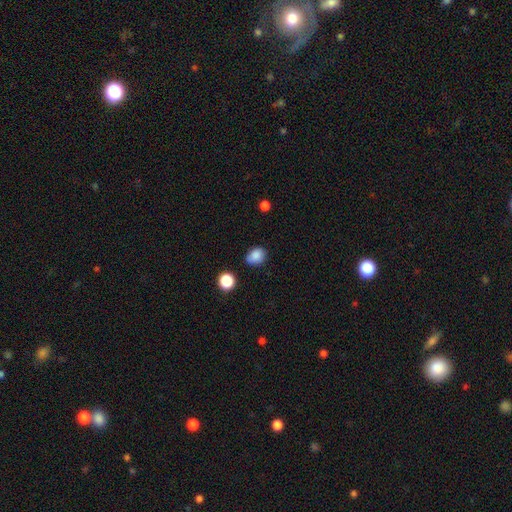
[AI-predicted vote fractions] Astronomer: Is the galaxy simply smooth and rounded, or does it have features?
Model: smooth — 86%.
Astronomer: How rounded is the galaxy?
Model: in between — 60% (runner-up: round, 39%).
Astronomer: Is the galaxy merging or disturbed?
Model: none — 76%.